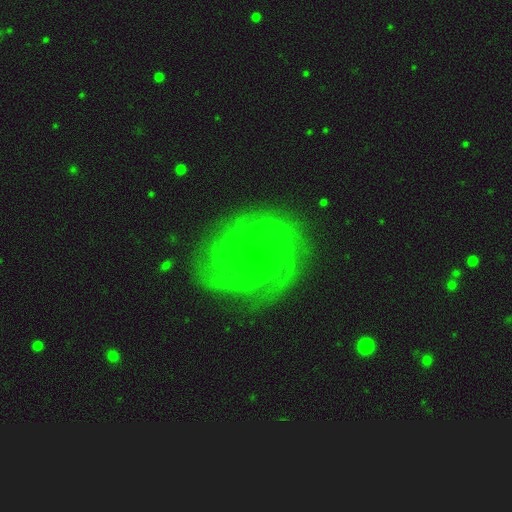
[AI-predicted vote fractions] Morphology: type=featured or disk (90%); edge-on=no (98%); bar=no (61%); spiral arms=yes (98%); winding=tight (70%); arm count=3 (28%); bulge=small (87%); merging=none (80%).